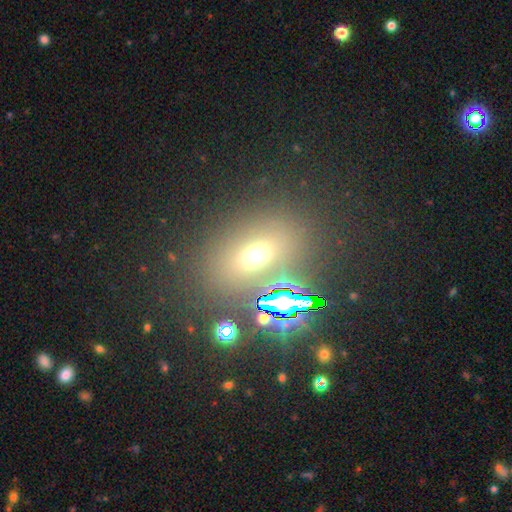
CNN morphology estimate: This is possibly a smooth galaxy (49%). Merging: likely none (74%).